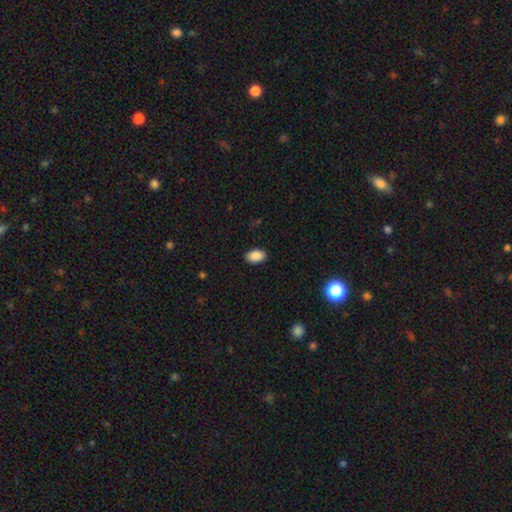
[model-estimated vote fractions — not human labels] Morphology: type=smooth (89%); roundness=in between (91%); merging=none (89%).